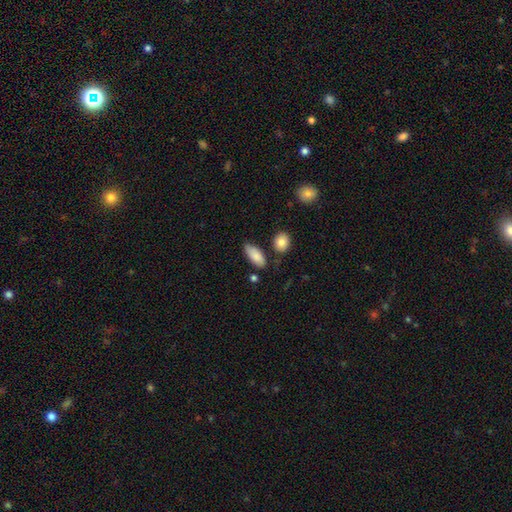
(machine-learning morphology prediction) Q: Smooth or featured?
A: smooth (85%); runner-up: featured or disk (8%)
Q: How rounded?
A: in between (84%); runner-up: cigar-shaped (14%)
Q: Merging?
A: none (70%); runner-up: minor disturbance (20%)